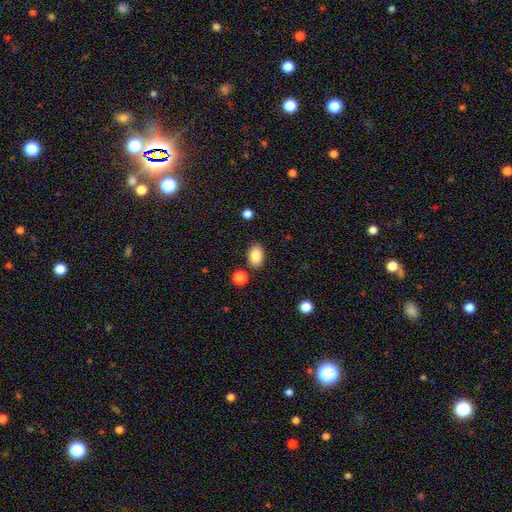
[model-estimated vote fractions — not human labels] Overall: smooth (86%). How rounded: in between (84%). Merging: none (83%).